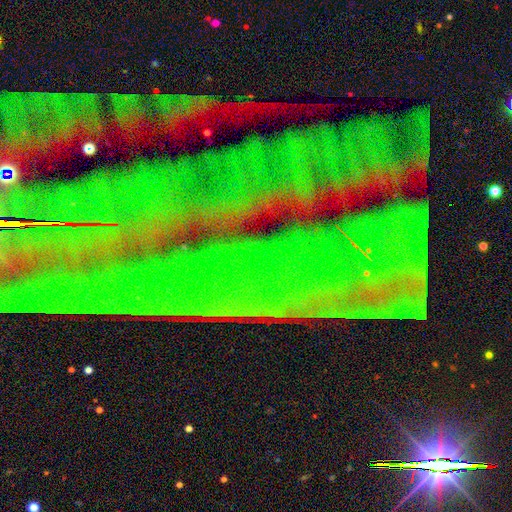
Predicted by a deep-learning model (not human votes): Smooth or featured? Predicted: star or artifact (p=0.86).